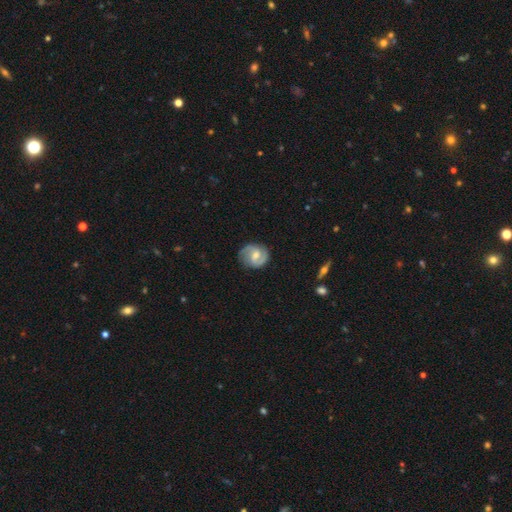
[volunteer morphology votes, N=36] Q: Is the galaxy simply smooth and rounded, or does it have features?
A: featured or disk — 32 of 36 (89%).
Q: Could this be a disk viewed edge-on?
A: no — 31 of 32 (97%).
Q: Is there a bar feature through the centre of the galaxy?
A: weak — 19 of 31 (61%).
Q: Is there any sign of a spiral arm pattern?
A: yes — 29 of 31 (94%).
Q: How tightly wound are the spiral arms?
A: medium — 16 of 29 (55%).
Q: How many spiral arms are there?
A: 2 — 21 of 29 (72%).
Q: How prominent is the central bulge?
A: moderate — 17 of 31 (55%).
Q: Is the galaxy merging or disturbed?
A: none — 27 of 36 (75%).